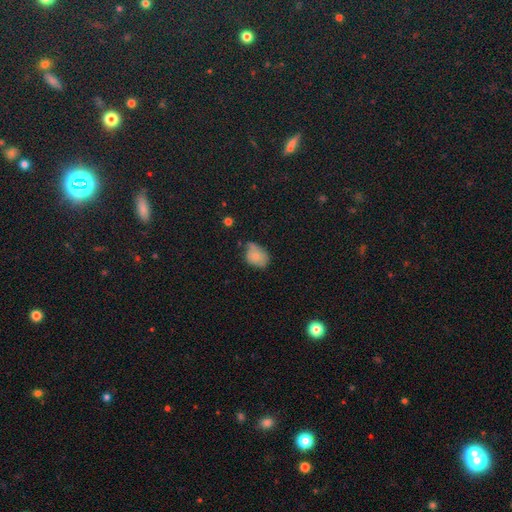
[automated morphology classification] smooth-or-featured: smooth: 77% | featured or disk: 13% | star or artifact: 10%
  how-rounded: in between: 71% | round: 28% | cigar-shaped: 1%
  merging: none: 42% | minor disturbance: 41% | major disturbance: 11% | merger: 5%